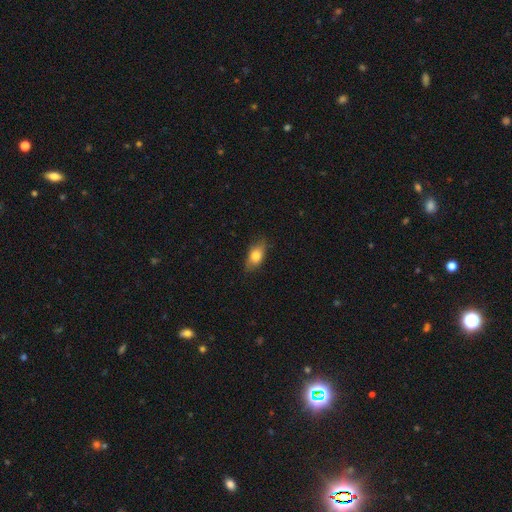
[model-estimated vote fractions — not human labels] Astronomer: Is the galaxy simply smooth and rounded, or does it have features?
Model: smooth — 74%.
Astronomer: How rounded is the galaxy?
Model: in between — 82%.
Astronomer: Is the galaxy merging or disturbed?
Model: none — 80%.